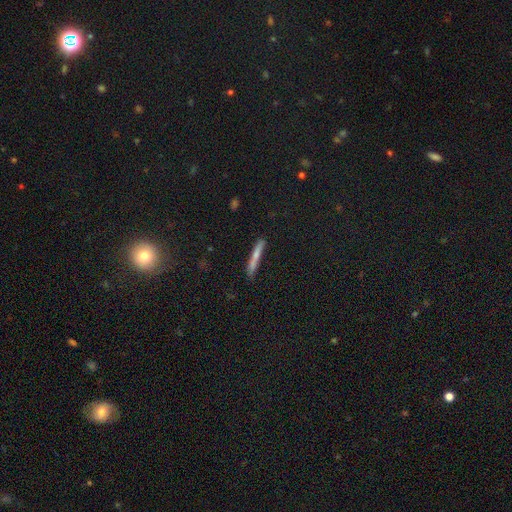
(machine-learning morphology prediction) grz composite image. It shows a smooth galaxy with no disk features (63%) that is cigar-shaped (94%). Merging: none (79%).